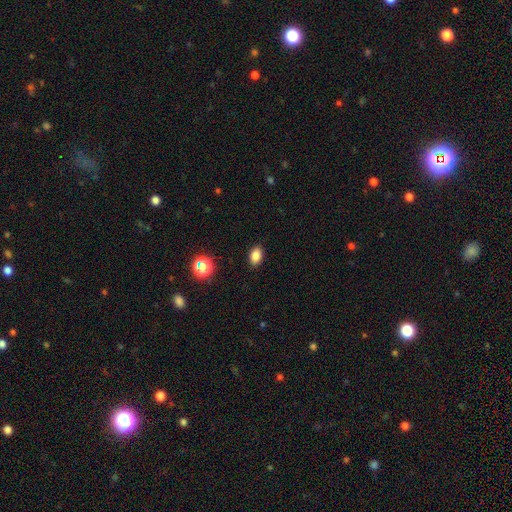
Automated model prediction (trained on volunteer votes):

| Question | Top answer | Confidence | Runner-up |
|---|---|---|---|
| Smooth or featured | smooth | 84% | star or artifact (11%) |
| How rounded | in between | 83% | round (16%) |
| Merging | none | 89% | minor disturbance (8%) |